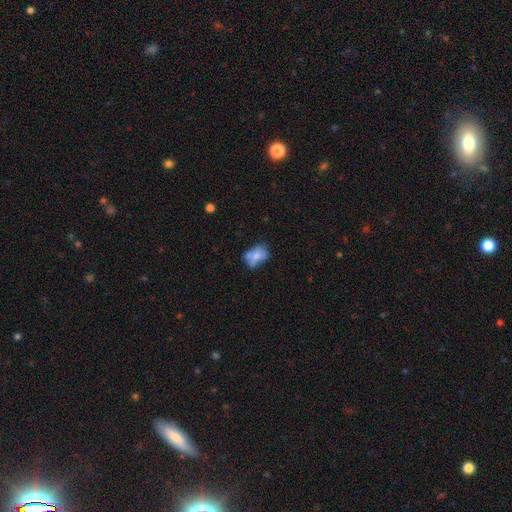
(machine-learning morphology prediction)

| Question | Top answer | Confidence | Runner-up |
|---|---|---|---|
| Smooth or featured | smooth | 63% | featured or disk (27%) |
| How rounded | in between | 72% | round (27%) |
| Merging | none | 38% | merger (26%) |